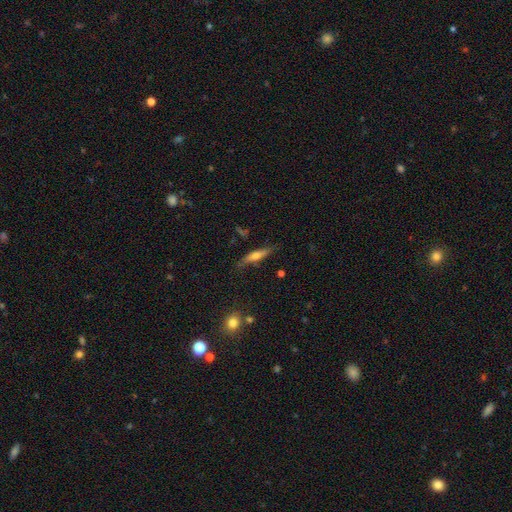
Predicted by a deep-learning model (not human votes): A smooth galaxy with no disk features (46%, tied with featured or disk). Merging: none (76%).